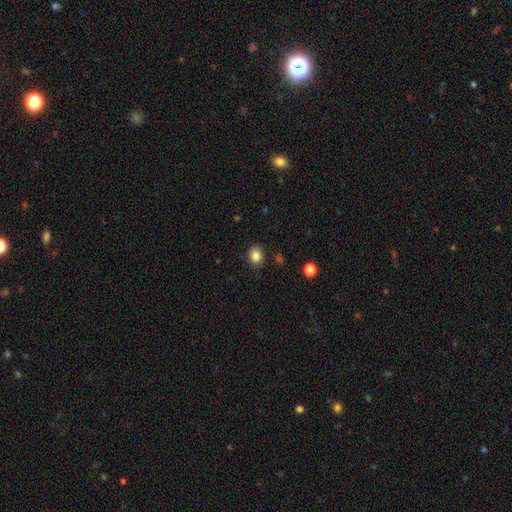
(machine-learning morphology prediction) A smooth galaxy with no disk features (85%) that is in between round and cigar-shaped (52%).

Vote fractions:
- Smooth or featured? smooth: 85% / star or artifact: 10% / featured or disk: 5%
- How rounded? in between: 52% / round: 47% / cigar-shaped: 1%
- Merging? none: 86% / minor disturbance: 10% / major disturbance: 3% / merger: 2%